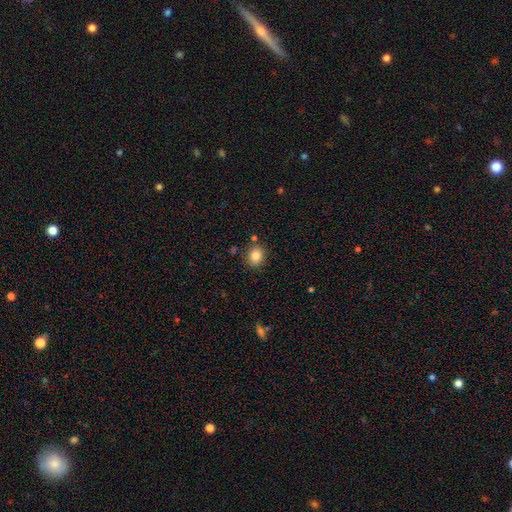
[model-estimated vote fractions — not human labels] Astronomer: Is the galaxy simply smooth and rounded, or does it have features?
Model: smooth — 83%.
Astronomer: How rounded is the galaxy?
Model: round — 58% (runner-up: in between, 41%).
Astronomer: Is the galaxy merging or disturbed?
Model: none — 83%.